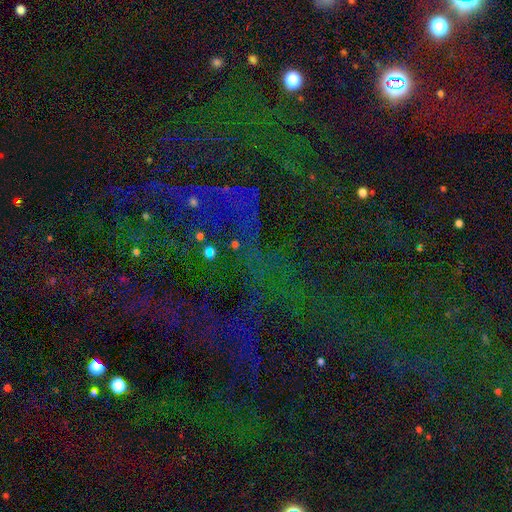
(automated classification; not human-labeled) Q: Smooth or featured?
A: star or artifact (79%); runner-up: smooth (12%)